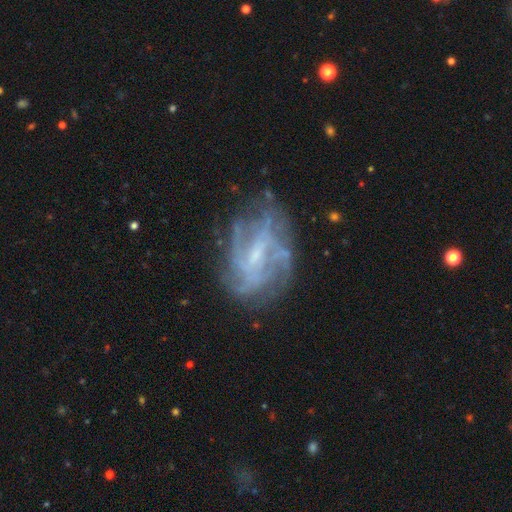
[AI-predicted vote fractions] This is clearly a featured or disk galaxy (81%). It is clearly not viewed edge-on (97%). Bar: possibly weak (52%). Spiral arm pattern: clearly yes (84%). Spiral arm count: marginally can't tell (43%). Spiral winding: marginally medium (40%). Central bulge: possibly small (53%). Merging: likely none (65%).